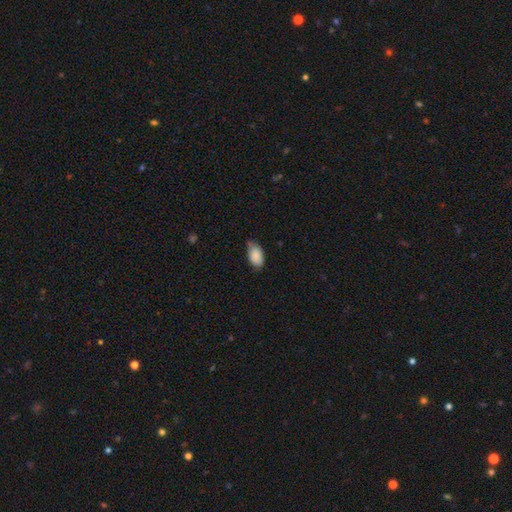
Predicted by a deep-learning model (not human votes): Smooth or featured: smooth — 88% (star or artifact — 7%)
How rounded: in between — 93% (round — 5%)
Merging: none — 55% (minor disturbance — 37%)